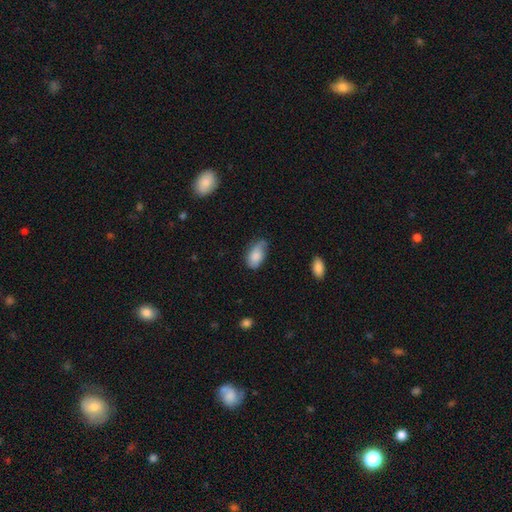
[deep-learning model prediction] smooth-or-featured: smooth: 77% | featured or disk: 16% | star or artifact: 7%
  how-rounded: in between: 93% | round: 4% | cigar-shaped: 3%
  merging: none: 49% | minor disturbance: 38% | major disturbance: 11% | merger: 2%